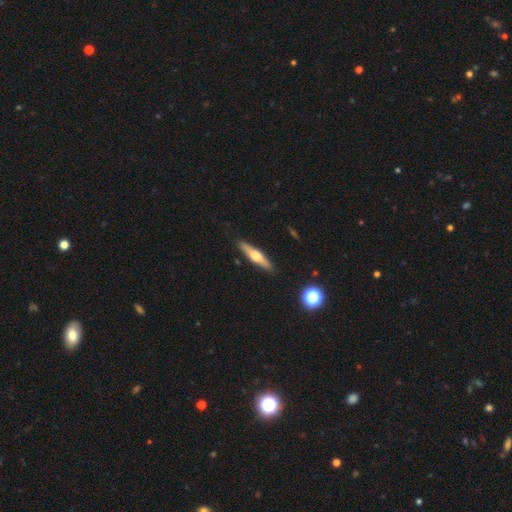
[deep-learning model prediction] A featured or disk galaxy (58%) viewed edge-on (95%) with a rounded central bulge (92%). Merging: none (90%).